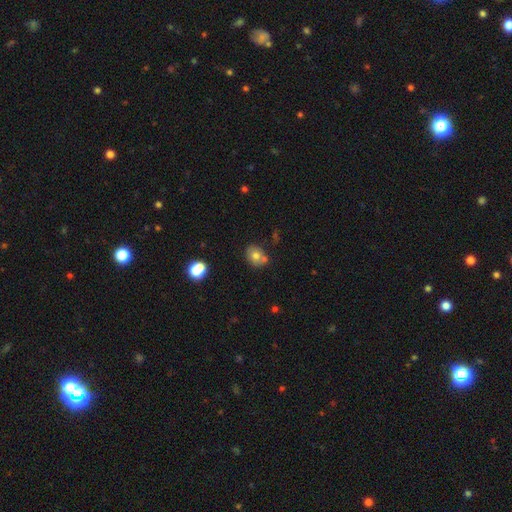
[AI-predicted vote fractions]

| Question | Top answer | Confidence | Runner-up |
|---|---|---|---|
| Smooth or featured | smooth | 72% | featured or disk (17%) |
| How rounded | round | 57% | in between (42%) |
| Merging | none | 59% | merger (23%) |